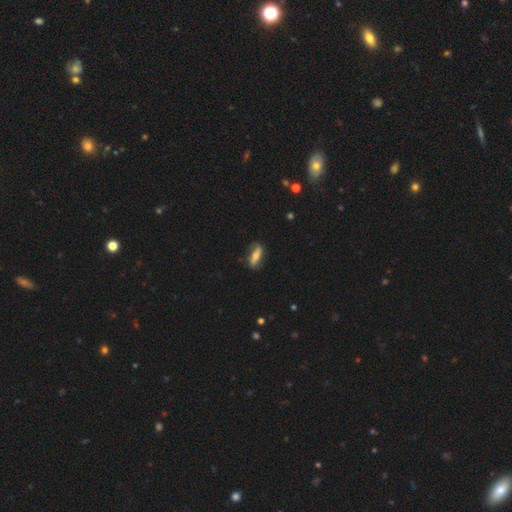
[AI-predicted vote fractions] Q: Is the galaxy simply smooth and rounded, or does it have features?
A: smooth — 53%.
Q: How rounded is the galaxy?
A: in between — 54%.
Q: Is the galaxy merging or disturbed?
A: none — 77%.